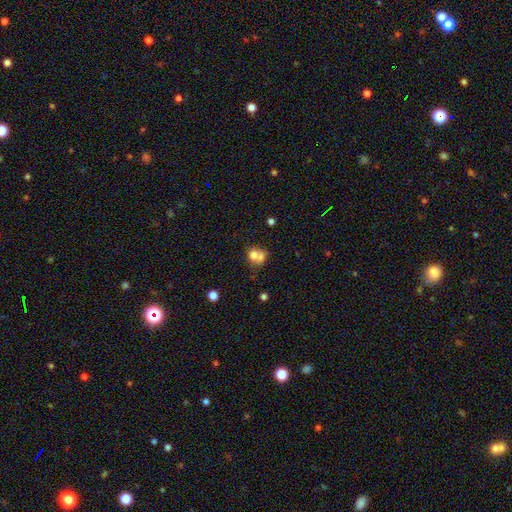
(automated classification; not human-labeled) Smooth or featured: smooth — 69% (featured or disk — 19%)
How rounded: round — 70% (in between — 29%)
Merging: merger — 58% (none — 29%)